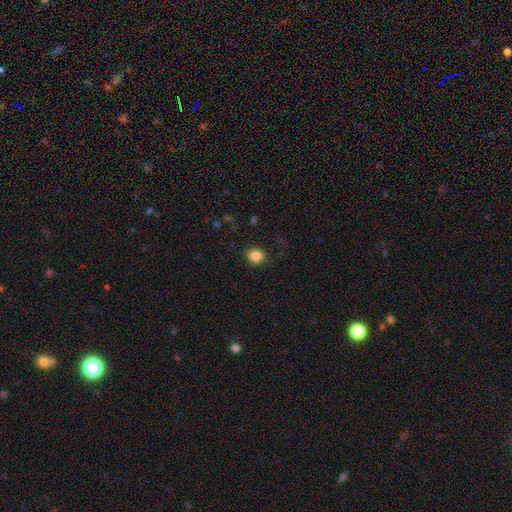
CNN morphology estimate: This appears to be a smooth galaxy with no disk features (86%) that is round (60%). Merging: none (88%).